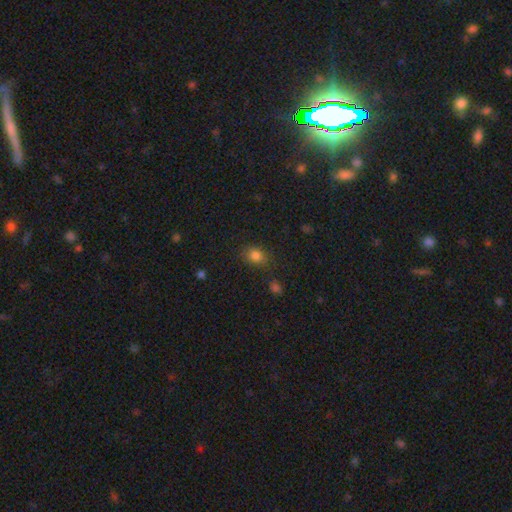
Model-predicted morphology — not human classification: Smooth or featured? smooth (81%)
How rounded? round (50%)
Merging? none (79%)